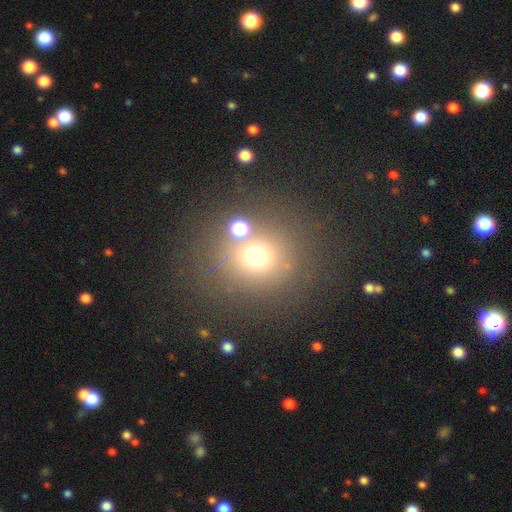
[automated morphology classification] This is likely a smooth galaxy (66%). How rounded: clearly round (85%). Merging: likely none (70%).